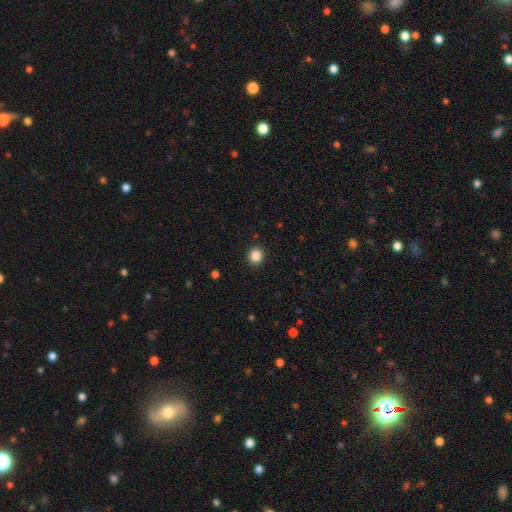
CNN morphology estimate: This appears to be a smooth galaxy with no disk features (86%) that is round (87%). Merging: none (92%).